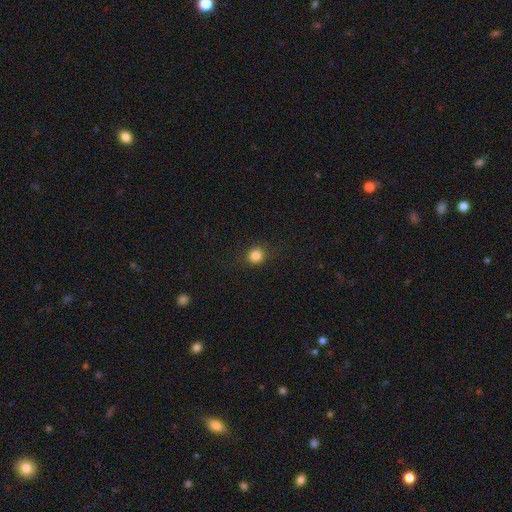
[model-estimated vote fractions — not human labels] smooth_or_featured: smooth (p=0.84) [alt: star or artifact p=0.12]
how_rounded: round (p=0.87) [alt: in between p=0.12]
merging: none (p=0.88) [alt: minor disturbance p=0.09]